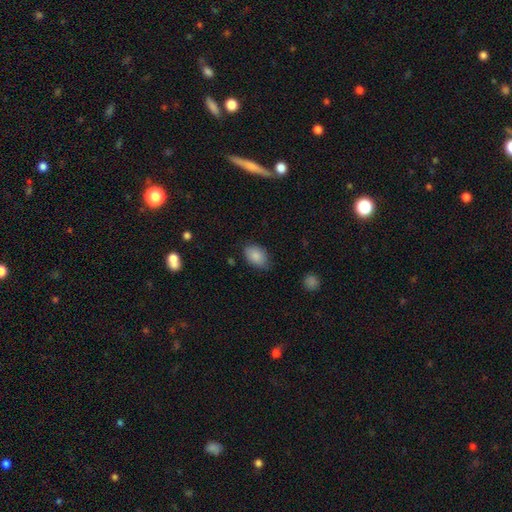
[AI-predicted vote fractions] smooth_or_featured: smooth (p=0.86) [alt: star or artifact p=0.07]
how_rounded: in between (p=0.87) [alt: round p=0.12]
merging: none (p=0.73) [alt: minor disturbance p=0.22]